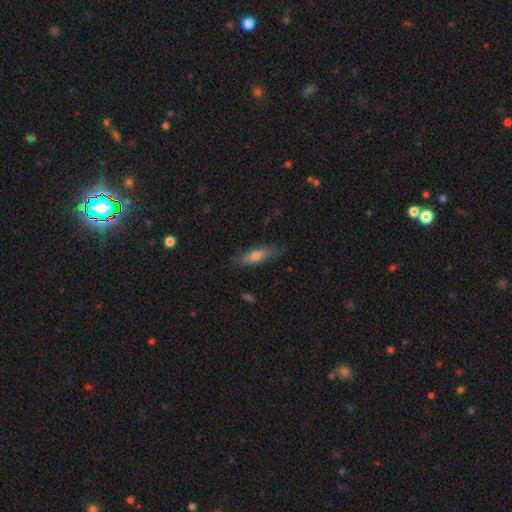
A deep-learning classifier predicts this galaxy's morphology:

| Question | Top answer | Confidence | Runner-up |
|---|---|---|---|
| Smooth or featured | smooth | 67% | featured or disk (26%) |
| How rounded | cigar-shaped | 56% | in between (42%) |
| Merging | none | 77% | minor disturbance (18%) |